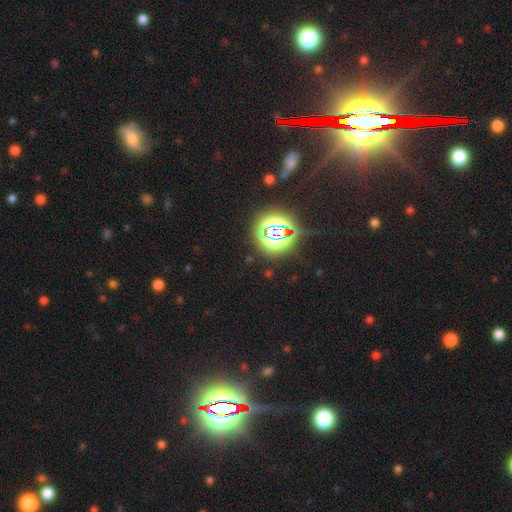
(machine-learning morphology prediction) Smooth or featured: star or artifact — 80% (smooth — 12%)